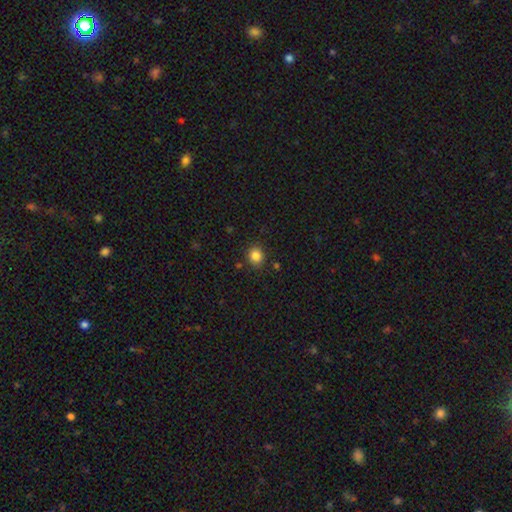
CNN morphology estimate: smooth-or-featured: smooth: 85% | star or artifact: 11% | featured or disk: 4%
  how-rounded: round: 75% | in between: 24% | cigar-shaped: 1%
  merging: none: 85% | minor disturbance: 10% | major disturbance: 3% | merger: 3%